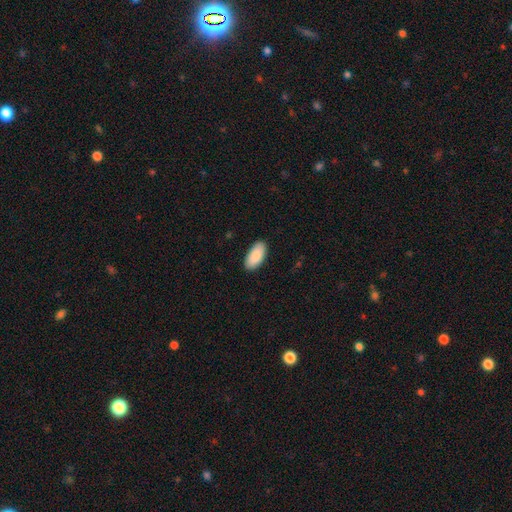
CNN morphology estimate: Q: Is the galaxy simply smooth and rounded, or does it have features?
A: smooth — 91%.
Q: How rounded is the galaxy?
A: in between — 93%.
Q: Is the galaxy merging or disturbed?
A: none — 89%.